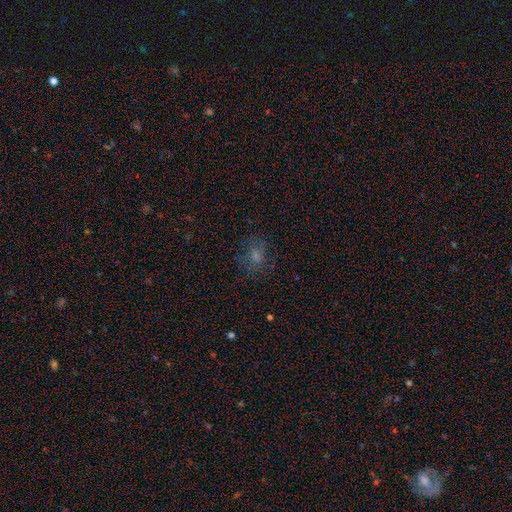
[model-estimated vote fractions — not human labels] Smooth or featured? Predicted: smooth (p=0.54). How rounded? Predicted: in between (p=0.49, tied with round). Merging? Predicted: none (p=0.67).